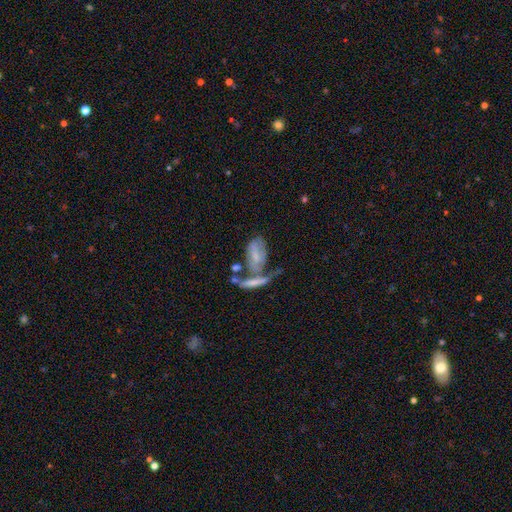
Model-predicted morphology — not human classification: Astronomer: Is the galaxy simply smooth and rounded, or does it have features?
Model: featured or disk — 47% (runner-up: smooth, 45%).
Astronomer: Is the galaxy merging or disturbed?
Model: merger — 44% (runner-up: none, 23%).